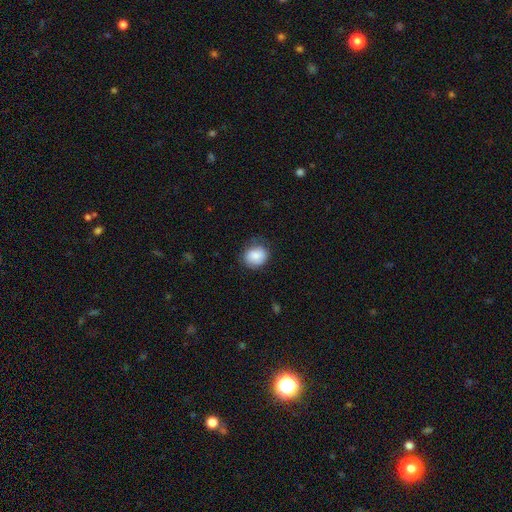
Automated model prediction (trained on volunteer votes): Overall: smooth (84%). How rounded: round (62%; in between 37%). Merging: none (67%).